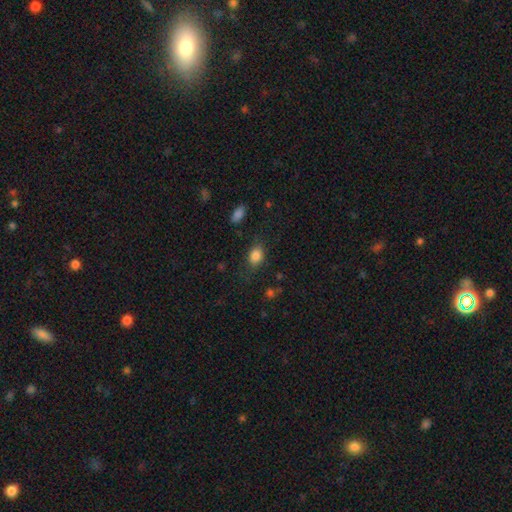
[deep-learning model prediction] This appears to be a smooth galaxy with no disk features (84%) that is in between round and cigar-shaped (73%). Merging: none (74%).